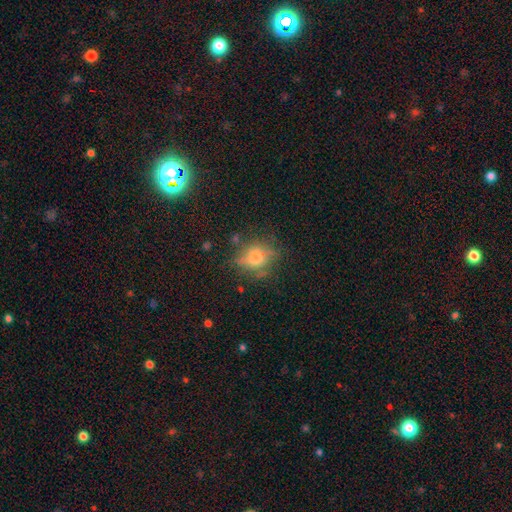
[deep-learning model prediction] This appears to be a smooth galaxy with no disk features (49%). Merging: none (68%).